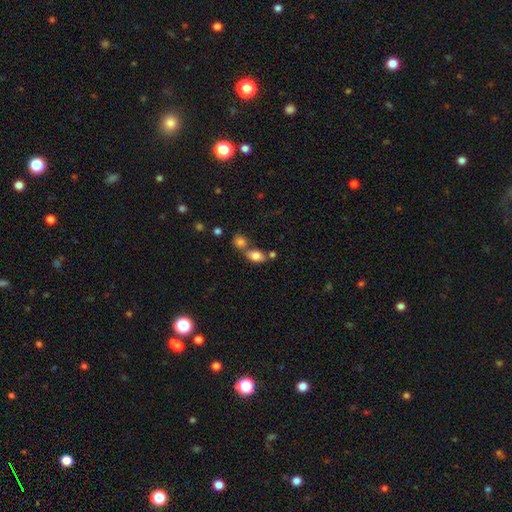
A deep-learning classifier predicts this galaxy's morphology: This appears to be a smooth galaxy with no disk features (81%) that is in between round and cigar-shaped (81%). Merging: merger (45%).